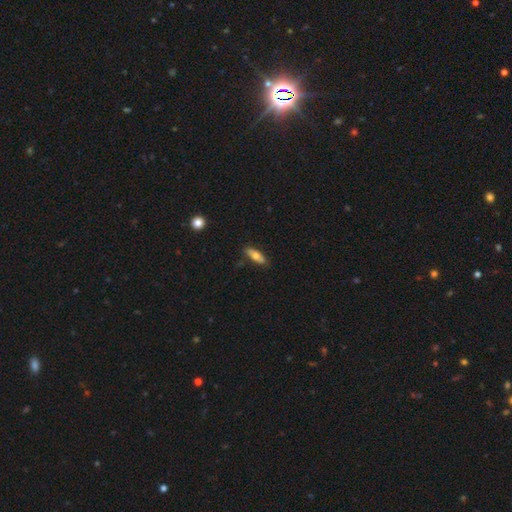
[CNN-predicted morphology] smooth 69%, featured or disk 25%, star or artifact 7%. Down the decision tree: how rounded — in between (56%); merging — none (81%).